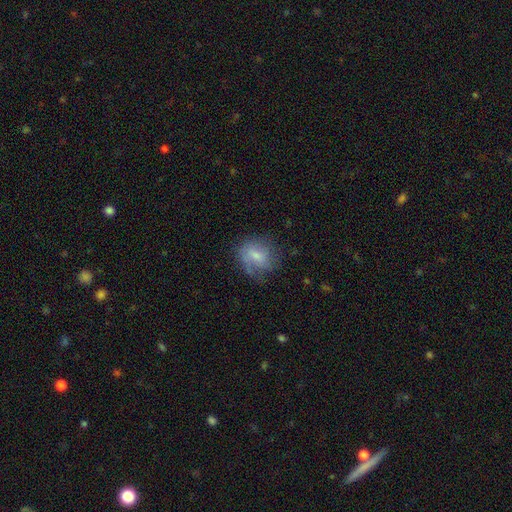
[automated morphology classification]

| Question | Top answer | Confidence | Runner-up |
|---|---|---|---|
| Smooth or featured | smooth | 54% | featured or disk (37%) |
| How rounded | round | 55% | in between (44%) |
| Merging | none | 52% | minor disturbance (27%) |